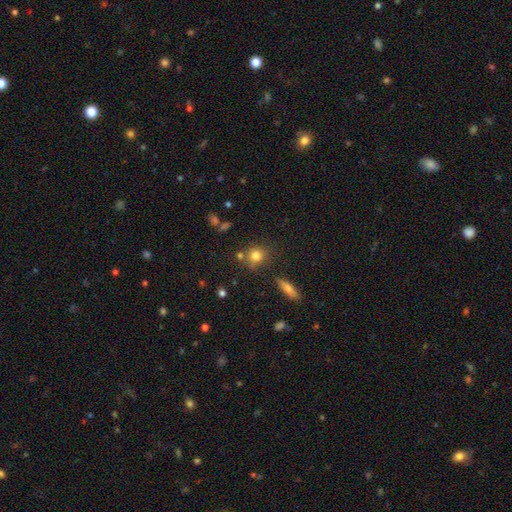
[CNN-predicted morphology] The model was most divided on "merging": none: 70%, merger: 13%, minor disturbance: 13%, major disturbance: 4%. More confident: how rounded — round (79%); smooth or featured — smooth (78%).